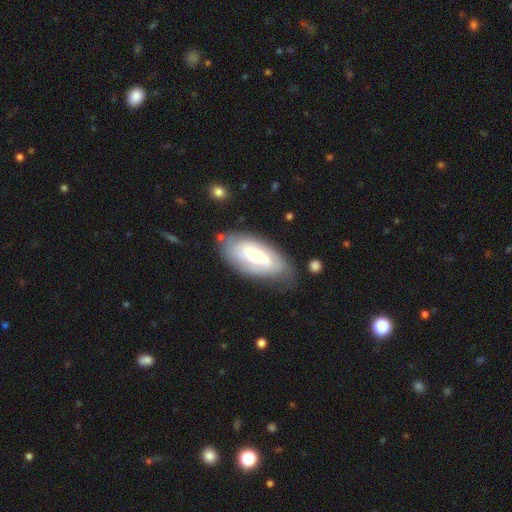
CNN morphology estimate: A featured or disk galaxy (60%) with no bar (62%), spiral arms (81%) and a small central bulge (52%). Merging: none (69%).